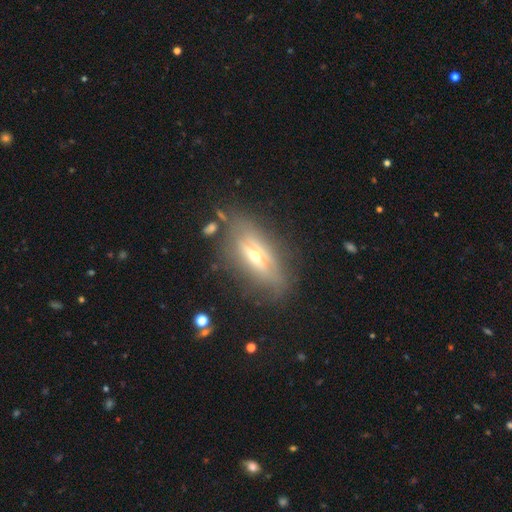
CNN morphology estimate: A featured or disk galaxy (69%) viewed edge-on (73%) with a rounded central bulge (91%).

Vote fractions:
- Smooth or featured? featured or disk: 69% / smooth: 23% / star or artifact: 8%
- Edge-on disk? yes: 73% / no: 27%
- Edge-on bulge? rounded: 91% / none: 6% / boxy: 3%
- Merging? none: 73% / minor disturbance: 17% / major disturbance: 7% / merger: 3%